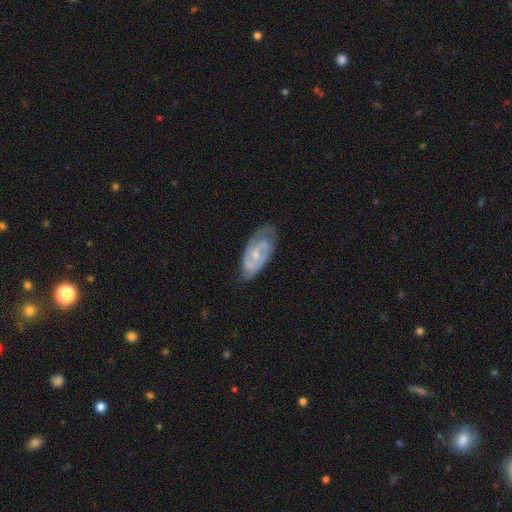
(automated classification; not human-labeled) Smooth or featured? featured or disk (79%)
Edge-on disk? no (94%)
Bar? no (56%)
Spiral arms? yes (94%)
Spiral winding? tight (46%)
Spiral arm count? 2 (69%)
Bulge size? small (60%)
Merging? none (67%)